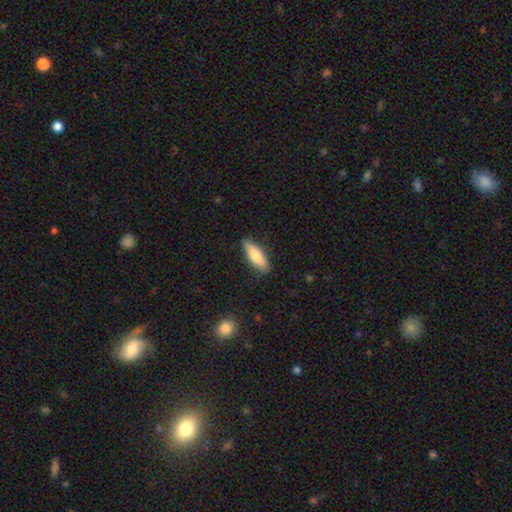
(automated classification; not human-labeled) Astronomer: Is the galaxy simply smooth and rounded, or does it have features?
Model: smooth — 76%.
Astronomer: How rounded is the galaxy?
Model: in between — 51% (runner-up: cigar-shaped, 47%).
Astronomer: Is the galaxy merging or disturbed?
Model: none — 86%.